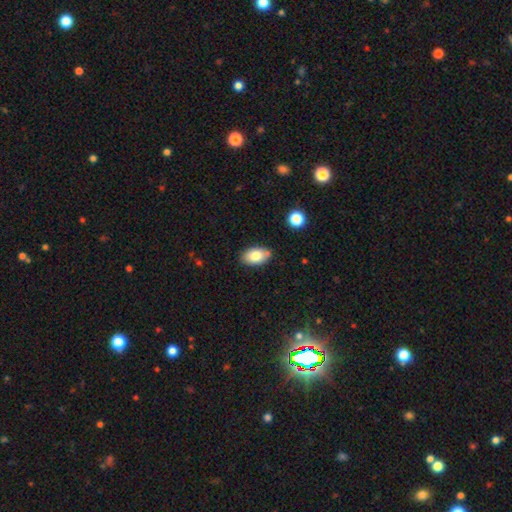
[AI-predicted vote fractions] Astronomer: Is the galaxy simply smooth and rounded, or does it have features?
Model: smooth — 81%.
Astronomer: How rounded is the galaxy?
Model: in between — 91%.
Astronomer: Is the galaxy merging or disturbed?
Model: none — 79%.